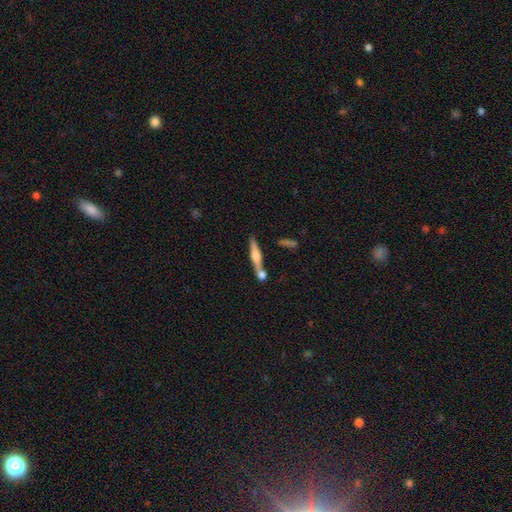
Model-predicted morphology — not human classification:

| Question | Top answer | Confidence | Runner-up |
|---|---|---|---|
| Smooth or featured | featured or disk | 62% | smooth (31%) |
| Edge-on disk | yes | 96% | no (4%) |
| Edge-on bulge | rounded | 82% | boxy (12%) |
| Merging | none | 63% | merger (22%) |